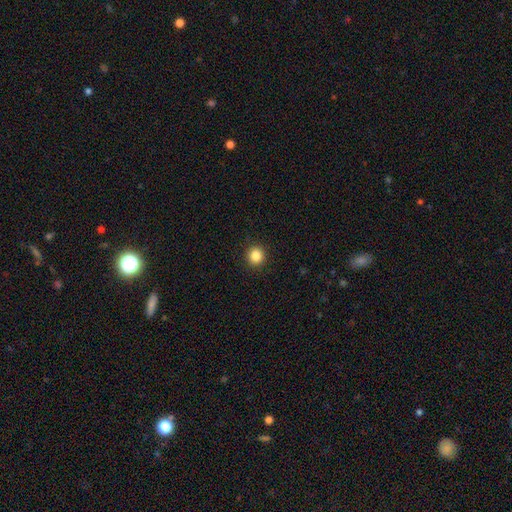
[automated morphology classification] Q: Smooth or featured?
A: smooth (86%); runner-up: star or artifact (10%)
Q: How rounded?
A: round (92%); runner-up: in between (7%)
Q: Merging?
A: none (92%); runner-up: minor disturbance (5%)